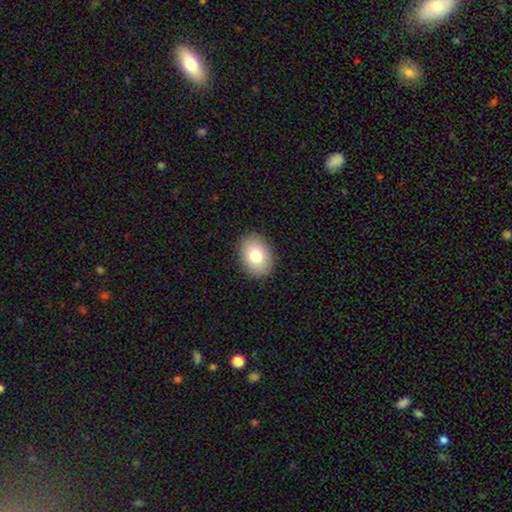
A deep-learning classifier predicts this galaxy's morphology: smooth_or_featured: smooth (p=0.79) [alt: featured or disk p=0.13]
how_rounded: in between (p=0.73) [alt: round p=0.27]
merging: none (p=0.90) [alt: minor disturbance p=0.07]